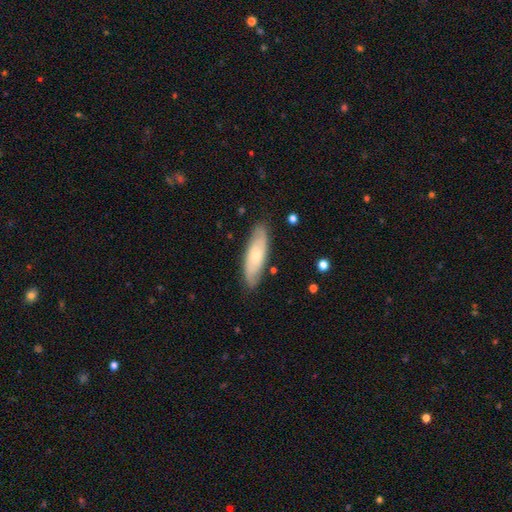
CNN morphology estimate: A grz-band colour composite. It shows a smooth galaxy with no disk features (51%) that is in between round and cigar-shaped (55%). Merging: none (83%).